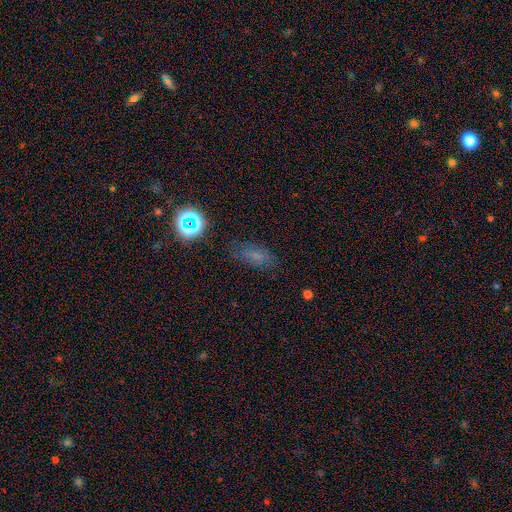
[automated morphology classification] Smooth or featured?
  - smooth: 59% *
  - star or artifact: 23%
  - featured or disk: 17%
How rounded?
  - in between: 83% *
  - round: 9%
  - cigar-shaped: 8%
Merging?
  - none: 72% *
  - minor disturbance: 19%
  - major disturbance: 7%
  - merger: 2%